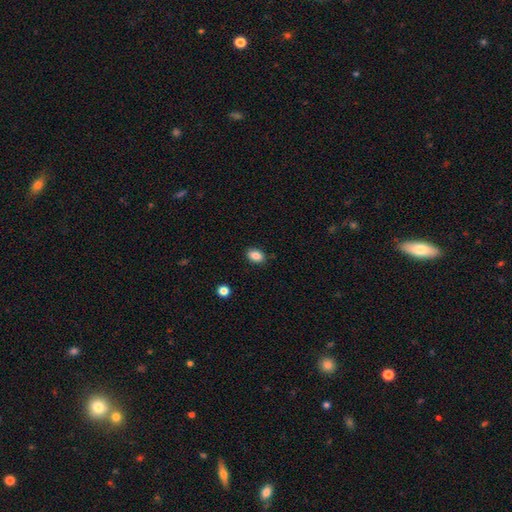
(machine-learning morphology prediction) Smooth or featured? Predicted: smooth (p=0.86). How rounded? Predicted: in between (p=0.80). Merging? Predicted: none (p=0.88).